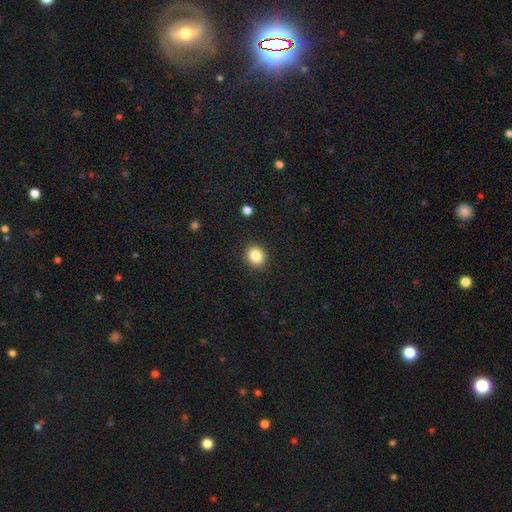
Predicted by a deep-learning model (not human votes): Q: Smooth or featured?
A: smooth (85%); runner-up: star or artifact (10%)
Q: How rounded?
A: round (73%); runner-up: in between (26%)
Q: Merging?
A: none (90%); runner-up: minor disturbance (6%)